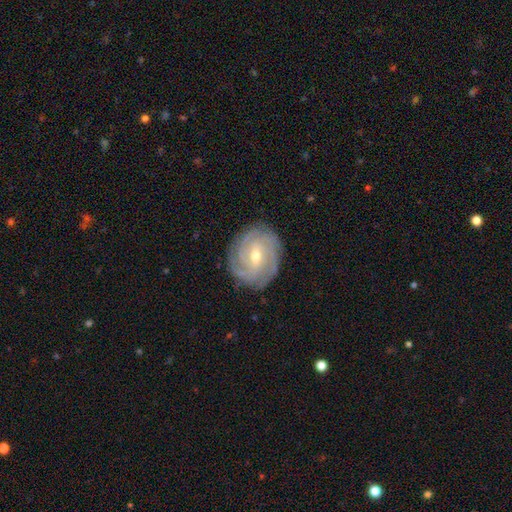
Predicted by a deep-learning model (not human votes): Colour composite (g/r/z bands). It shows a featured or disk galaxy (87%) with a weak bar (52%), 4 (26%) tight (73%) spiral arms (97%) and a moderate central bulge (51%). Merging: none (85%).